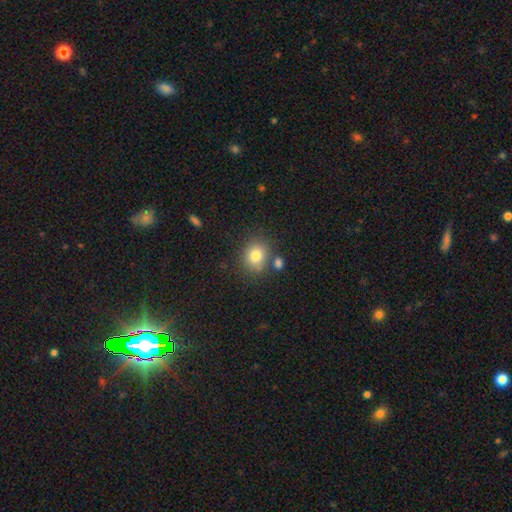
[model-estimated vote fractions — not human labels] smooth_or_featured: smooth (p=0.80) [alt: star or artifact p=0.11]
how_rounded: round (p=0.71) [alt: in between p=0.29]
merging: none (p=0.73) [alt: minor disturbance p=0.12]